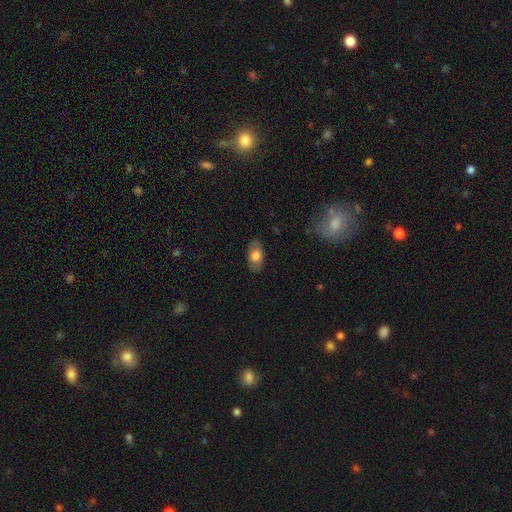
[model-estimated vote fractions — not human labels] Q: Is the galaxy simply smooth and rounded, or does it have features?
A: smooth — 71%.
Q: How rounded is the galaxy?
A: in between — 92%.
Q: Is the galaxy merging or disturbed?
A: none — 83%.